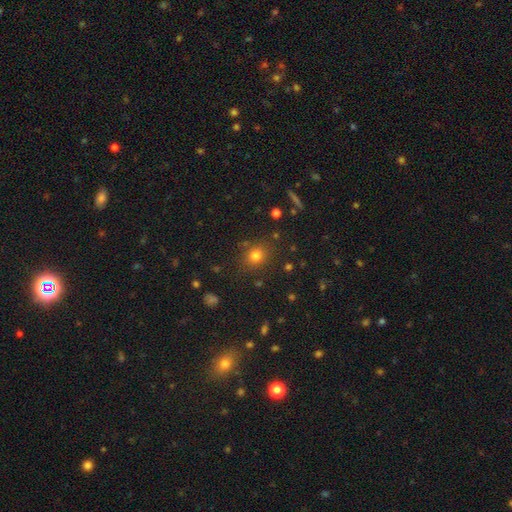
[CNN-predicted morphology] Smooth or featured? smooth (76%)
How rounded? round (77%)
Merging? none (83%)